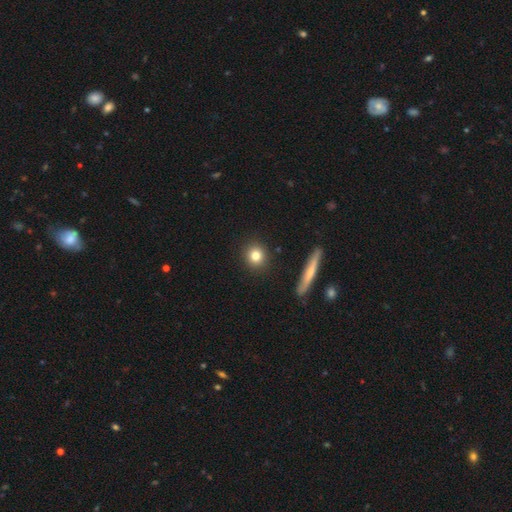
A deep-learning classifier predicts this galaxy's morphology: type=smooth (80%); roundness=round (88%); merging=none (90%).